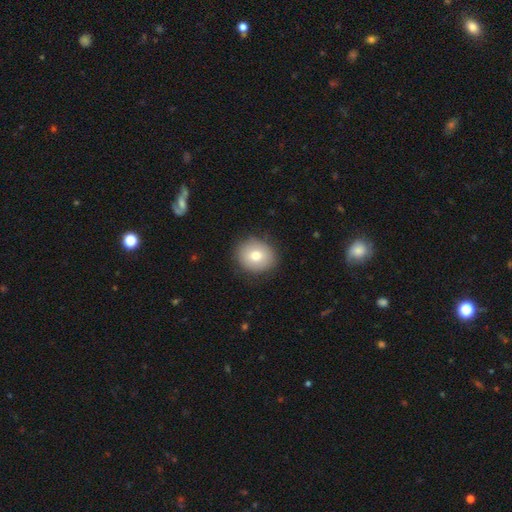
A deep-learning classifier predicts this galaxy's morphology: This appears to be a smooth galaxy with no disk features (78%) that is round (70%). Merging: none (86%).